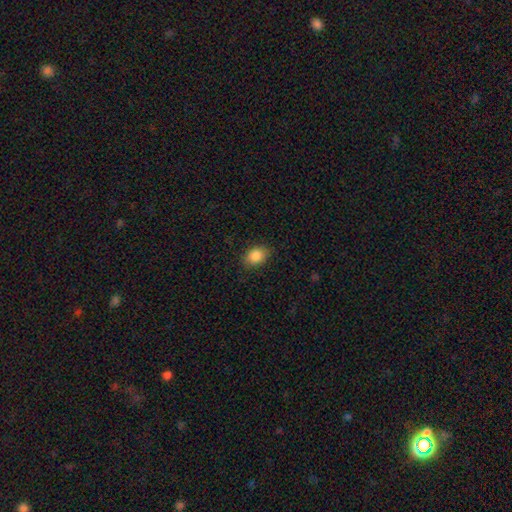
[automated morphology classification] Smooth or featured?
  - smooth: 87% *
  - star or artifact: 8%
  - featured or disk: 5%
How rounded?
  - in between: 73% *
  - round: 26%
  - cigar-shaped: 1%
Merging?
  - none: 85% *
  - minor disturbance: 11%
  - major disturbance: 3%
  - merger: 1%